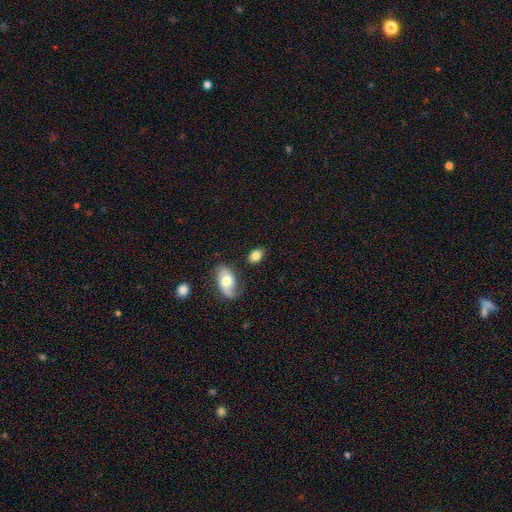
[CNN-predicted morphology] type=smooth (81%); roundness=in between (79%); merging=none (78%).